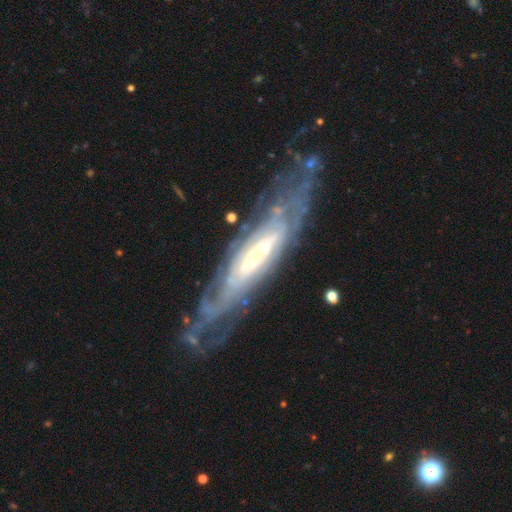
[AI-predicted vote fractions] smooth-or-featured: featured or disk: 85% | smooth: 10% | star or artifact: 5%
  disk-edge-on: no: 74% | yes: 26%
    bar: no: 52% | weak: 29% | strong: 19%
    has-spiral-arms: yes: 91% | no: 9%
      spiral-winding: tight: 71% | medium: 23% | loose: 6%
      spiral-arm-count: can't tell: 58% | 2: 12% | more than 4: 9% | 4: 8% | 3: 8% | 1: 4%
    bulge-size: small: 51% | moderate: 34% | large: 10% | none: 3% | dominant: 2%
  merging: none: 68% | minor disturbance: 18% | major disturbance: 11% | merger: 2%